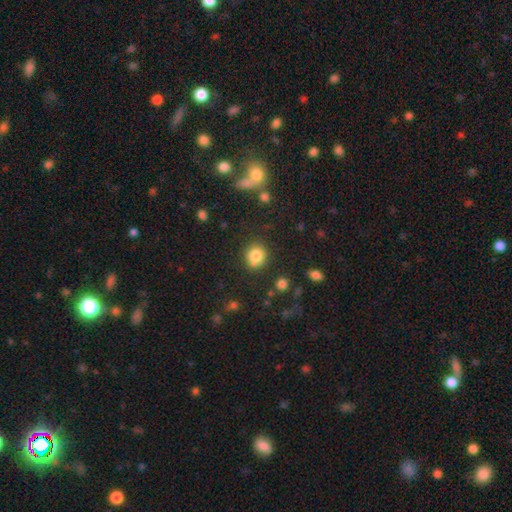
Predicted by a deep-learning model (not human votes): A smooth galaxy with no disk features (80%) that is round (77%).

Vote fractions:
- Smooth or featured? smooth: 80% / star or artifact: 12% / featured or disk: 8%
- How rounded? round: 77% / in between: 22% / cigar-shaped: 1%
- Merging? none: 68% / minor disturbance: 15% / merger: 13% / major disturbance: 4%